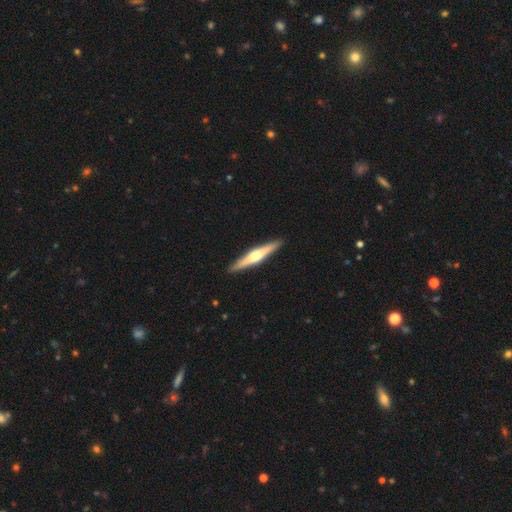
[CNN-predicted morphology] Smooth or featured? featured or disk (65%)
Edge-on disk? yes (98%)
Edge-on bulge? rounded (84%)
Merging? none (92%)